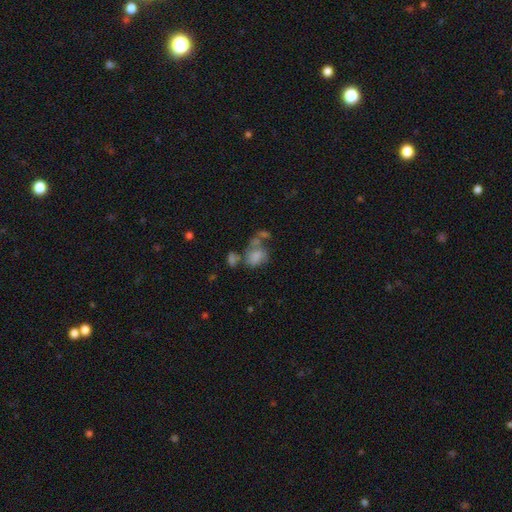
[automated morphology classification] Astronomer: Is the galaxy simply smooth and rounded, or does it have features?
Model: smooth — 65%.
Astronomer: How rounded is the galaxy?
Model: in between — 64%.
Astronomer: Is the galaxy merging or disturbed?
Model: merger — 34% (runner-up: none, 25%).